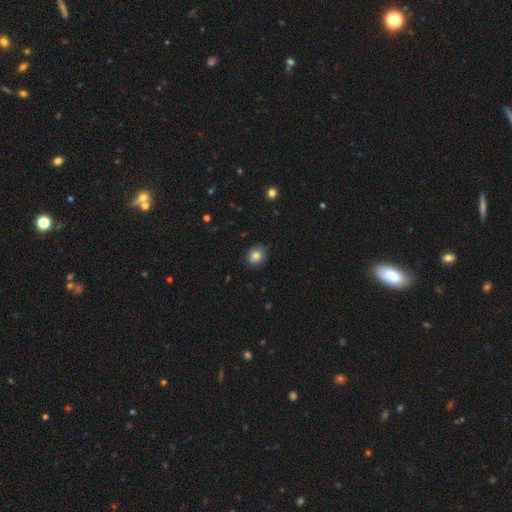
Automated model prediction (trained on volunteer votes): smooth 84%, star or artifact 9%, featured or disk 7%. Down the decision tree: how rounded — round (72%); merging — none (84%).